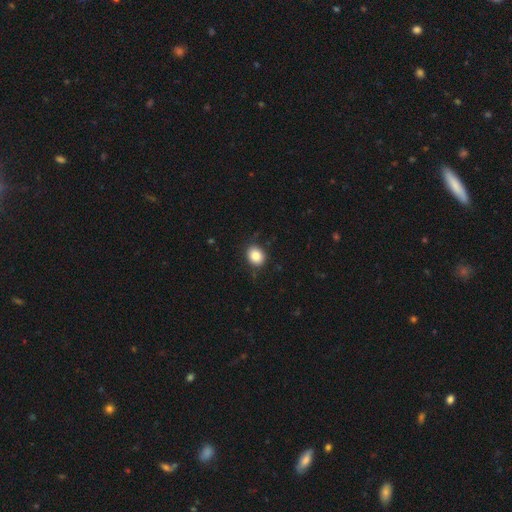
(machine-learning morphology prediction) Smooth or featured? Predicted: smooth (p=0.84). How rounded? Predicted: round (p=0.52). Merging? Predicted: none (p=0.85).